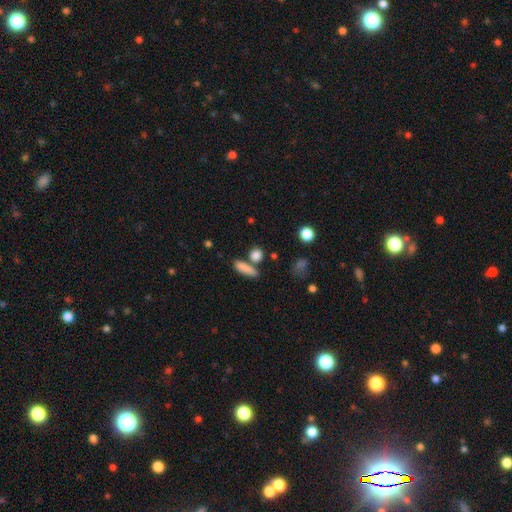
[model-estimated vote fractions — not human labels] This is clearly a smooth galaxy (84%). How rounded: possibly round (52%). Merging: likely none (68%).